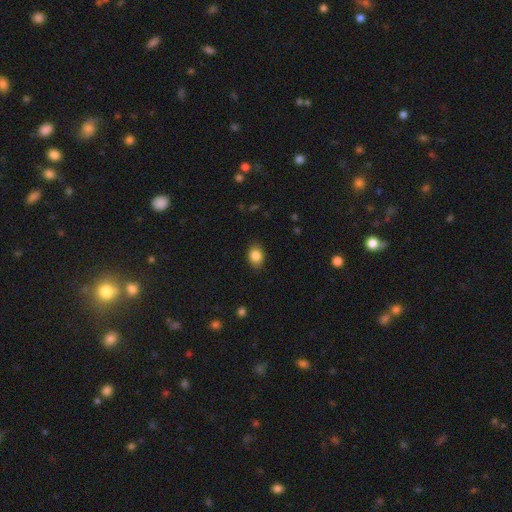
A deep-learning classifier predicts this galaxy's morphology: Smooth or featured? smooth (85%)
How rounded? in between (69%)
Merging? none (85%)